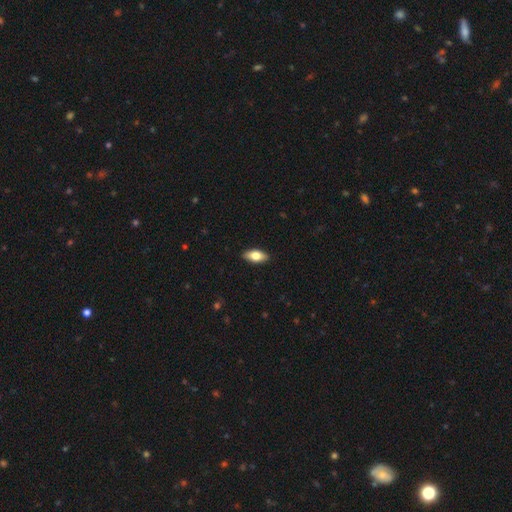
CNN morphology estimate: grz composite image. It shows a smooth galaxy with no disk features (73%) that is in between round and cigar-shaped (86%). Merging: none (90%).